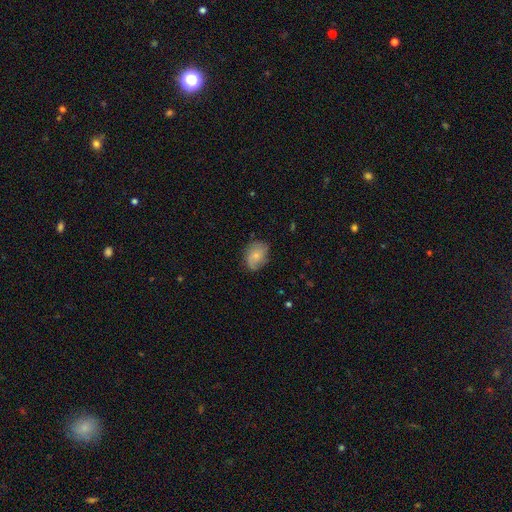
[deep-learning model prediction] smooth-or-featured: smooth: 65% | featured or disk: 27% | star or artifact: 8%
  how-rounded: in between: 66% | round: 33% | cigar-shaped: 1%
  merging: none: 66% | minor disturbance: 25% | major disturbance: 7% | merger: 1%